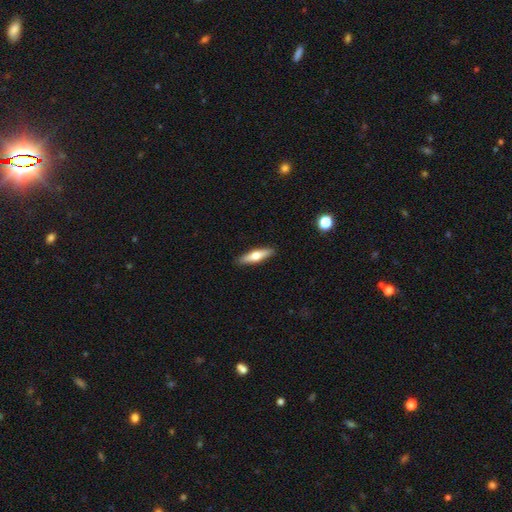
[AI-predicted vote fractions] smooth 52%, featured or disk 43%, star or artifact 6%. Down the decision tree: how rounded — cigar-shaped (70%); merging — none (90%).